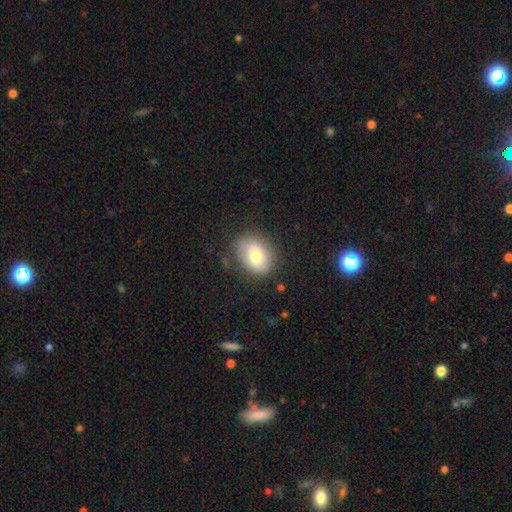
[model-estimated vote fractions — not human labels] Q: Smooth or featured?
A: smooth (72%); runner-up: featured or disk (19%)
Q: How rounded?
A: in between (64%); runner-up: round (35%)
Q: Merging?
A: none (77%); runner-up: minor disturbance (16%)